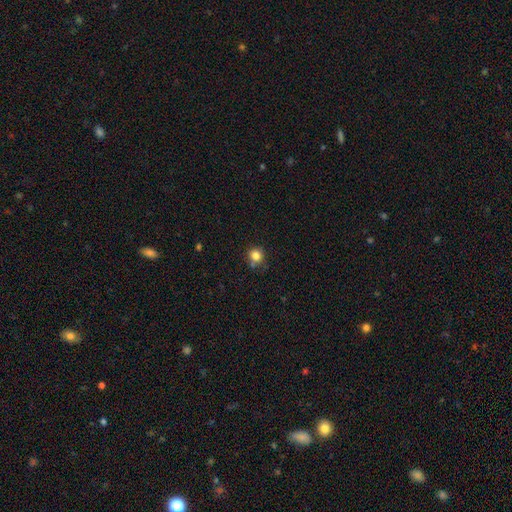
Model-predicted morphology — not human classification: This appears to be a smooth galaxy with no disk features (82%) that is round (88%). Merging: none (73%).